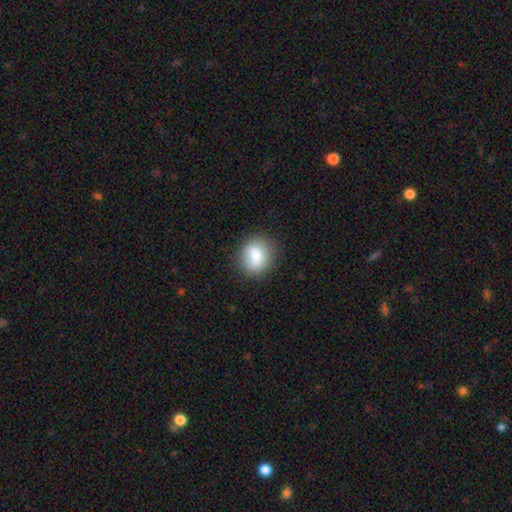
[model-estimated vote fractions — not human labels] This is likely a smooth galaxy (79%). How rounded: likely round (65%). Merging: clearly none (81%).